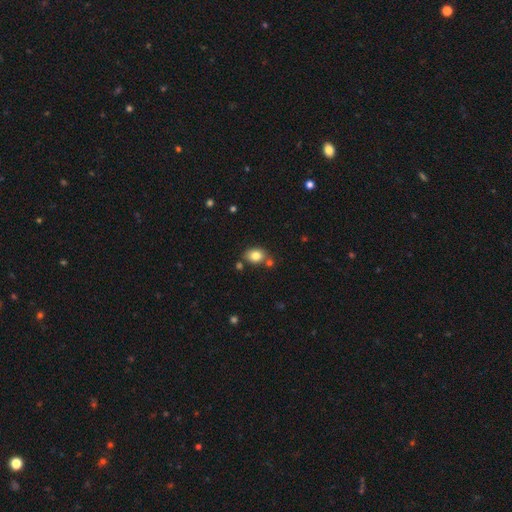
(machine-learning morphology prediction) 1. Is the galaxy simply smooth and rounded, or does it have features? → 82% smooth, 9% star or artifact, 9% featured or disk.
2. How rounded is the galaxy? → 67% in between, 32% round, 1% cigar-shaped.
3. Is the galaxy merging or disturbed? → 70% none, 13% minor disturbance, 13% merger, 3% major disturbance.